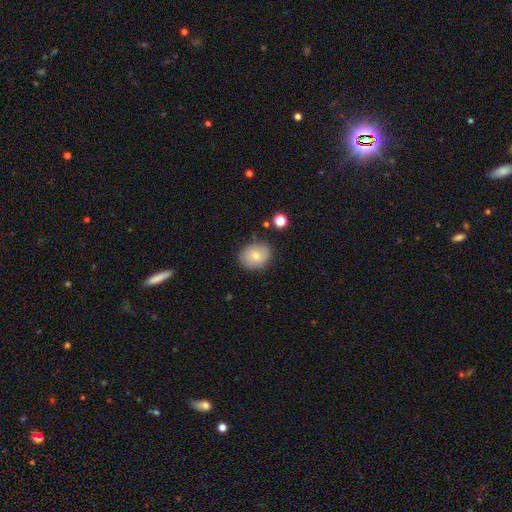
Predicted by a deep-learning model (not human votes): Smooth or featured?
  - smooth: 71% *
  - featured or disk: 18%
  - star or artifact: 10%
How rounded?
  - round: 56% *
  - in between: 43%
  - cigar-shaped: 1%
Merging?
  - none: 81% *
  - minor disturbance: 14%
  - major disturbance: 3%
  - merger: 2%